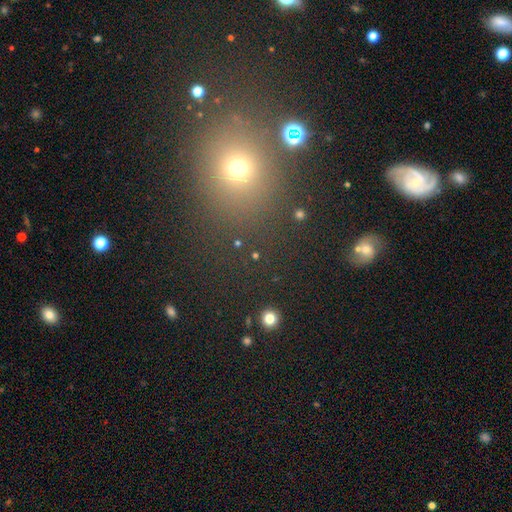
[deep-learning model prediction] This appears to be a smooth galaxy with no disk features (51%) that is round (84%). Merging: none (83%).